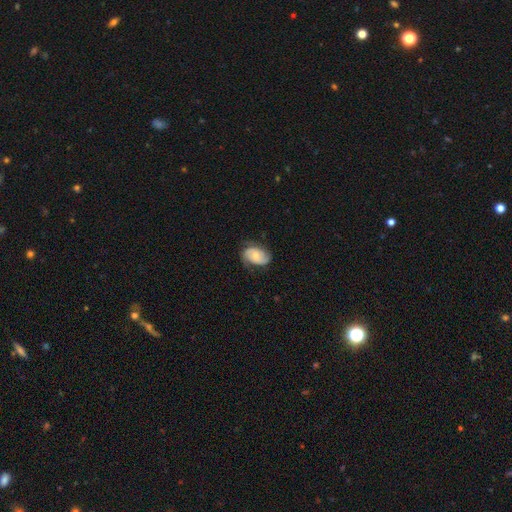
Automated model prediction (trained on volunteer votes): featured or disk 67%, smooth 26%, star or artifact 7%. Down the decision tree: edge-on disk — no (97%); bar — no (69%); spiral arms — yes (93%); spiral arm count — 2 (77%); spiral winding — medium (42%); bulge size — small (48%); merging — none (68%).